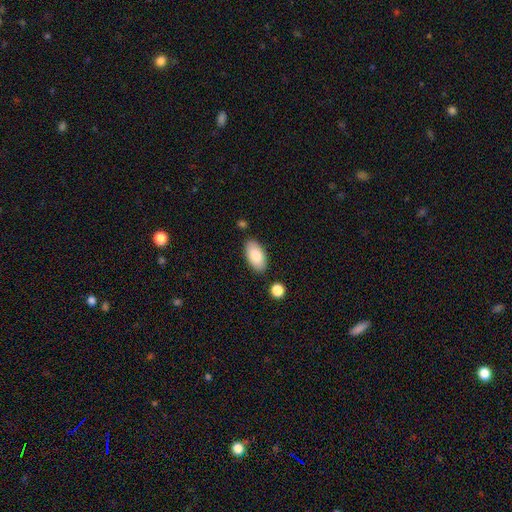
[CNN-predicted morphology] Smooth or featured? Predicted: smooth (p=0.82). How rounded? Predicted: in between (p=0.94). Merging? Predicted: none (p=0.83).